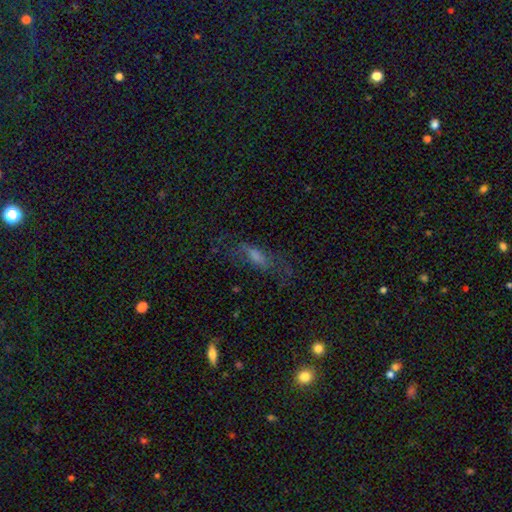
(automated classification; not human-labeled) A smooth galaxy with no disk features (40%). Merging: none (57%).